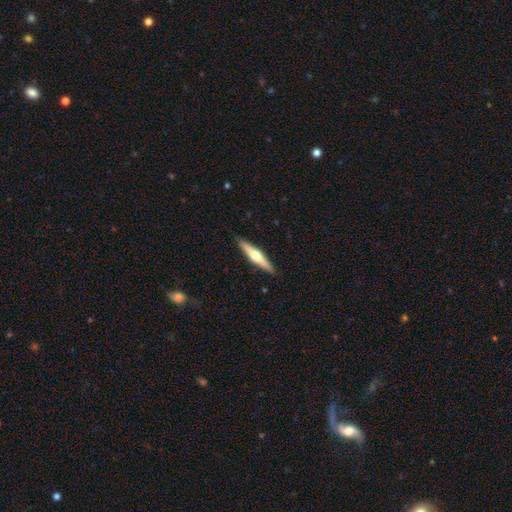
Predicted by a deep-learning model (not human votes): featured or disk 58%, smooth 37%, star or artifact 5%. Down the decision tree: edge-on disk — yes (96%); edge-on bulge — rounded (92%); merging — none (91%).